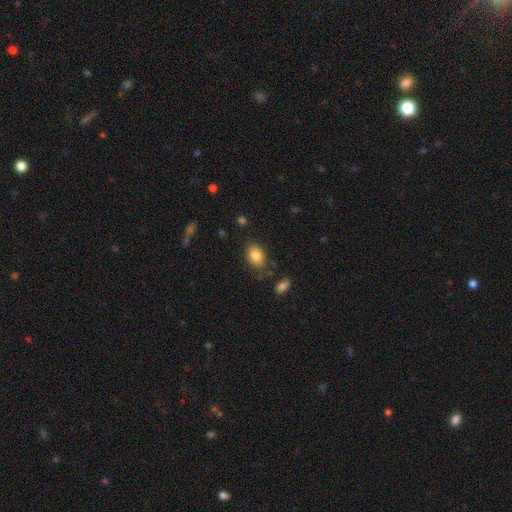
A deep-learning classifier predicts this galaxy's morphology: Smooth or featured? smooth (84%)
How rounded? in between (76%)
Merging? none (78%)